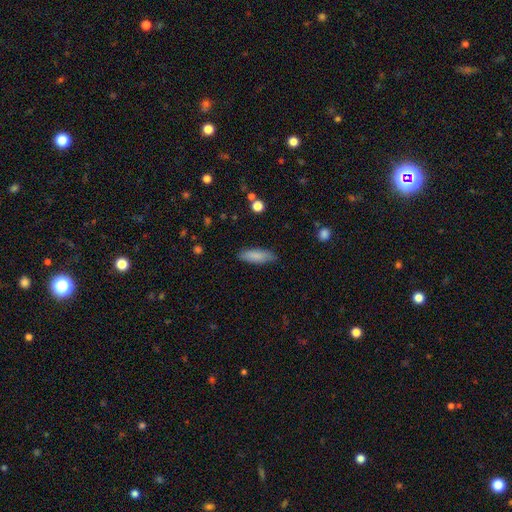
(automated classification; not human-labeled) A smooth galaxy with no disk features (84%) that is in between round and cigar-shaped (58%).

Vote fractions:
- Smooth or featured? smooth: 84% / featured or disk: 9% / star or artifact: 6%
- How rounded? in between: 58% / cigar-shaped: 40% / round: 2%
- Merging? none: 83% / minor disturbance: 14% / major disturbance: 3% / merger: 1%